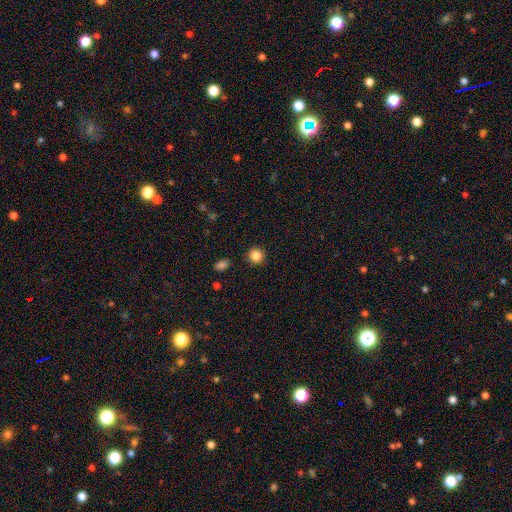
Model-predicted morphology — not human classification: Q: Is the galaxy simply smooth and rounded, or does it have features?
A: smooth — 85%.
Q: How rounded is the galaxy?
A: round — 94%.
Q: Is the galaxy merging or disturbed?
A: none — 92%.